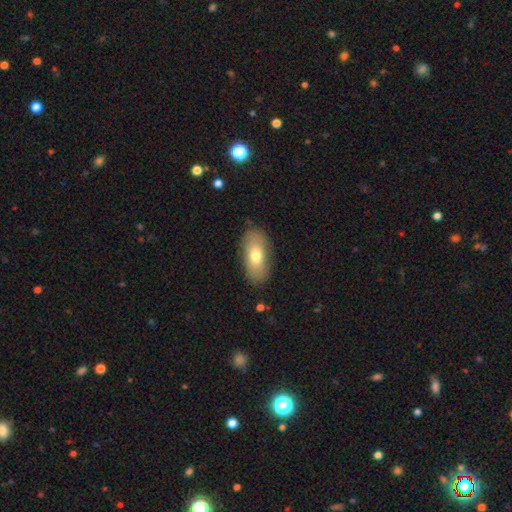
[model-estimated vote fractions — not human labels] This appears to be a smooth galaxy with no disk features (71%) that is in between round and cigar-shaped (89%). Merging: none (84%).